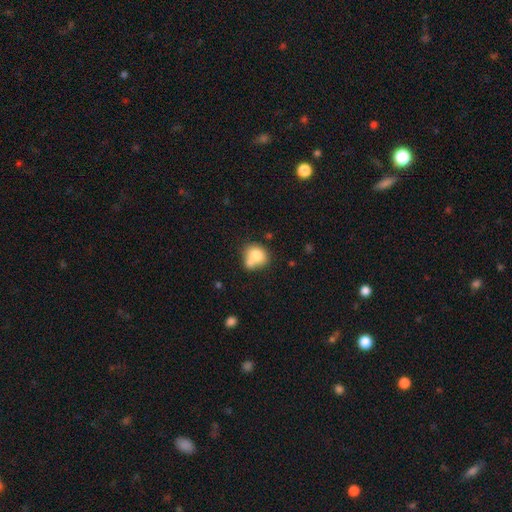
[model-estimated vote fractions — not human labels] Q: Smooth or featured?
A: smooth (77%); runner-up: featured or disk (15%)
Q: How rounded?
A: round (68%); runner-up: in between (31%)
Q: Merging?
A: none (42%); runner-up: merger (40%)